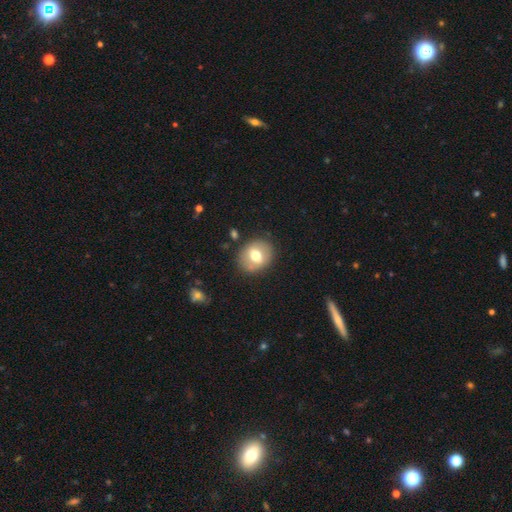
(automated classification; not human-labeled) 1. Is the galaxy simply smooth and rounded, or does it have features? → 61% smooth, 31% featured or disk, 8% star or artifact.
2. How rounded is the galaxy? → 63% round, 36% in between, 1% cigar-shaped.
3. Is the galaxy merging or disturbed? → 81% none, 12% minor disturbance, 4% major disturbance, 3% merger.